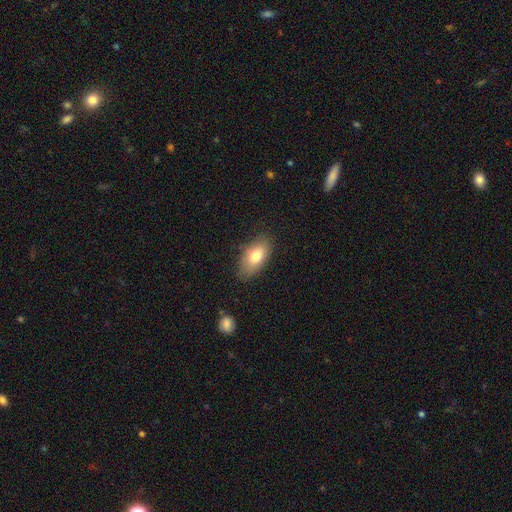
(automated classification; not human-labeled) Smooth or featured?
  - smooth: 77% *
  - featured or disk: 16%
  - star or artifact: 7%
How rounded?
  - in between: 91% *
  - cigar-shaped: 5%
  - round: 4%
Merging?
  - none: 80% *
  - minor disturbance: 15%
  - major disturbance: 4%
  - merger: 1%